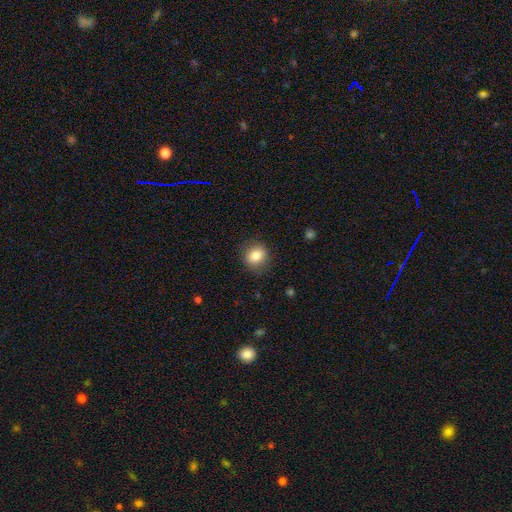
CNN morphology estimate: Overall: smooth (83%). How rounded: round (65%; in between 34%). Merging: none (85%).